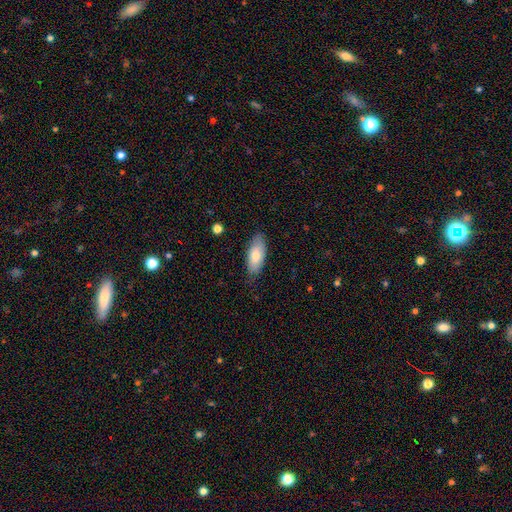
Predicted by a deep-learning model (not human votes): Q: Smooth or featured?
A: smooth (77%); runner-up: featured or disk (17%)
Q: How rounded?
A: in between (84%); runner-up: cigar-shaped (14%)
Q: Merging?
A: none (79%); runner-up: minor disturbance (17%)